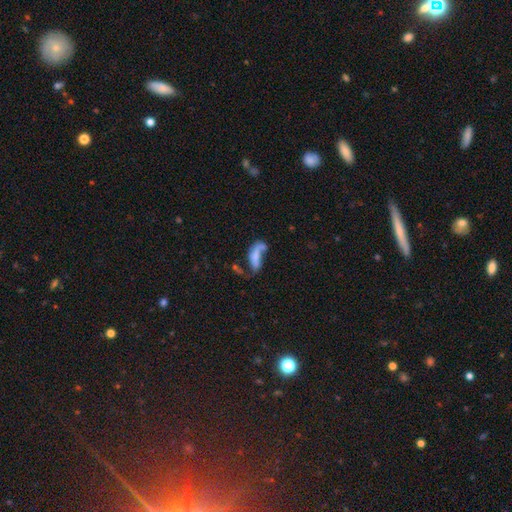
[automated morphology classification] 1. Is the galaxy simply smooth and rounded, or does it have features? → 58% smooth, 30% featured or disk, 12% star or artifact.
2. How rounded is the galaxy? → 62% in between, 35% cigar-shaped, 4% round.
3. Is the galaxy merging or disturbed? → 32% merger, 27% major disturbance, 24% none, 16% minor disturbance.